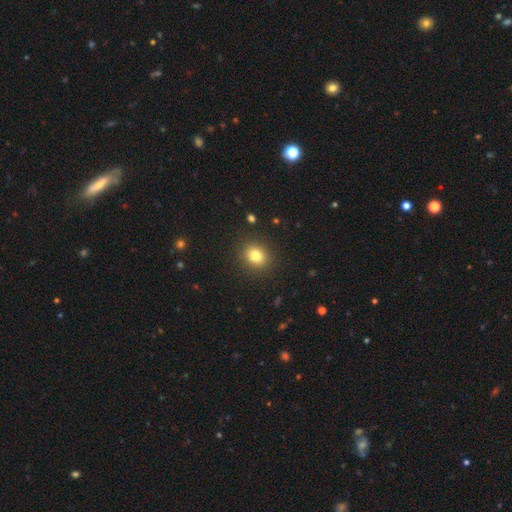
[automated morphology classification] Q: Smooth or featured?
A: smooth (80%); runner-up: star or artifact (12%)
Q: How rounded?
A: round (72%); runner-up: in between (27%)
Q: Merging?
A: none (89%); runner-up: minor disturbance (7%)